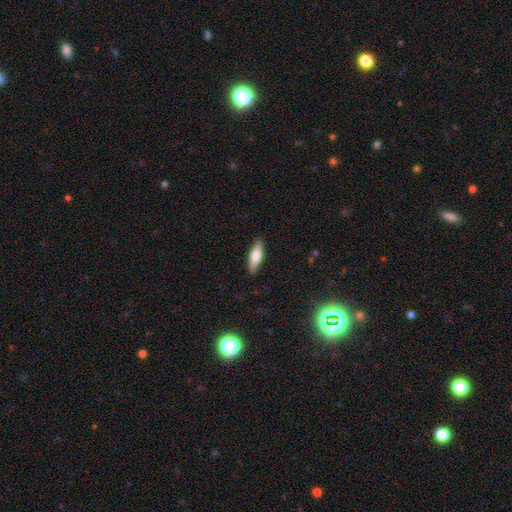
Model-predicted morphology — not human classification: smooth_or_featured: smooth (p=0.69) [alt: featured or disk p=0.25]
how_rounded: cigar-shaped (p=0.52) [alt: in between p=0.46]
merging: none (p=0.90) [alt: minor disturbance p=0.08]